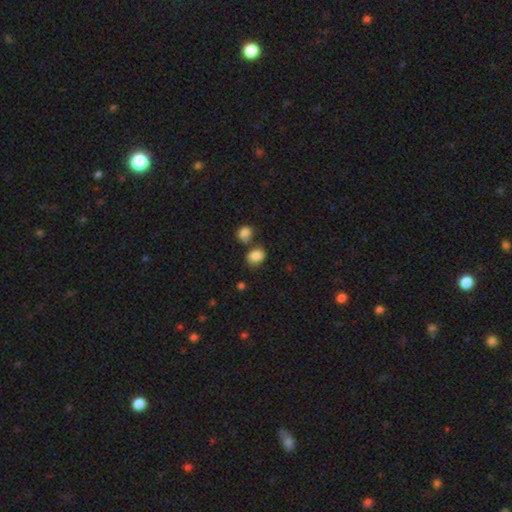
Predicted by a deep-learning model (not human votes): This appears to be a smooth galaxy with no disk features (85%) that is in between round and cigar-shaped (55%). Merging: none (60%).